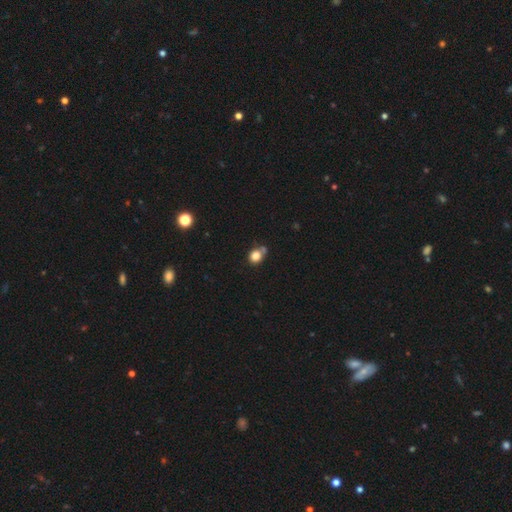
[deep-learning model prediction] Smooth or featured? smooth (82%)
How rounded? round (70%)
Merging? none (55%)